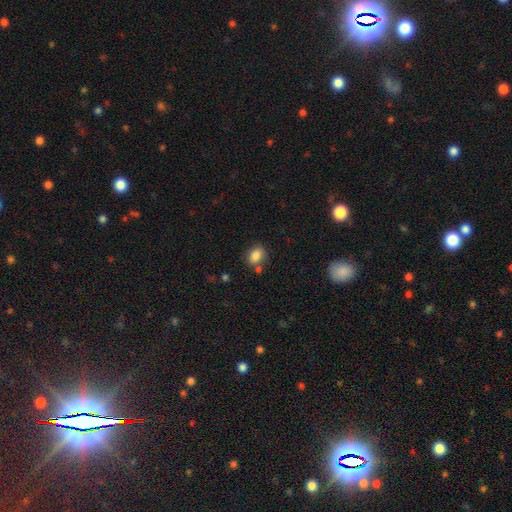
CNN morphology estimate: type=smooth (85%); roundness=in between (70%); merging=none (71%).